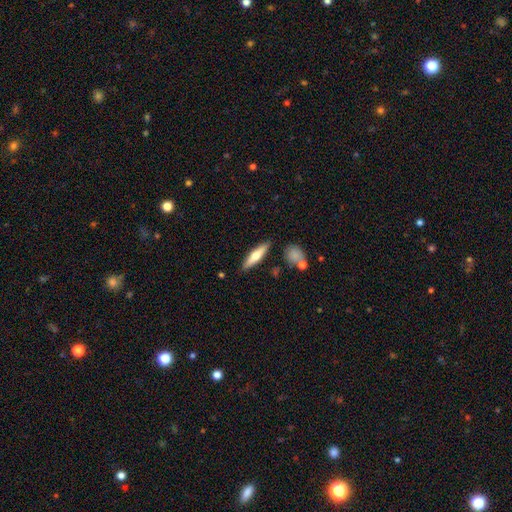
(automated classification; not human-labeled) Morphology: type=smooth (49%); merging=none (86%).